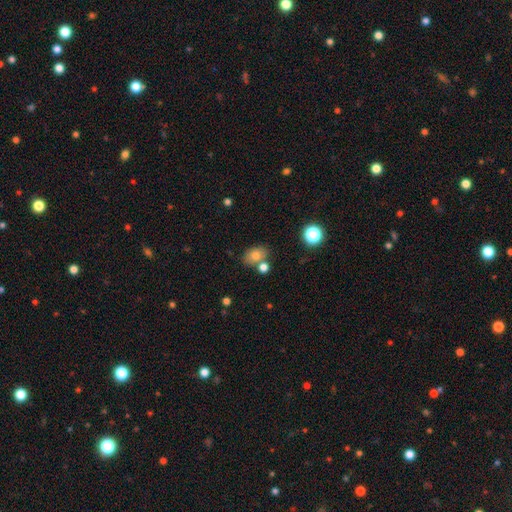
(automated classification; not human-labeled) Q: Smooth or featured?
A: smooth (76%); runner-up: featured or disk (13%)
Q: How rounded?
A: in between (71%); runner-up: round (28%)
Q: Merging?
A: none (63%); runner-up: merger (20%)